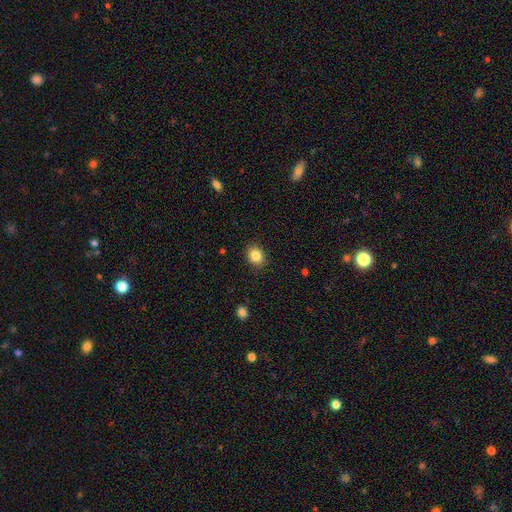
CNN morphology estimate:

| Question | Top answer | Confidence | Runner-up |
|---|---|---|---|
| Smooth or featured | smooth | 85% | star or artifact (10%) |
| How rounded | round | 61% | in between (38%) |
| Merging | none | 88% | minor disturbance (9%) |